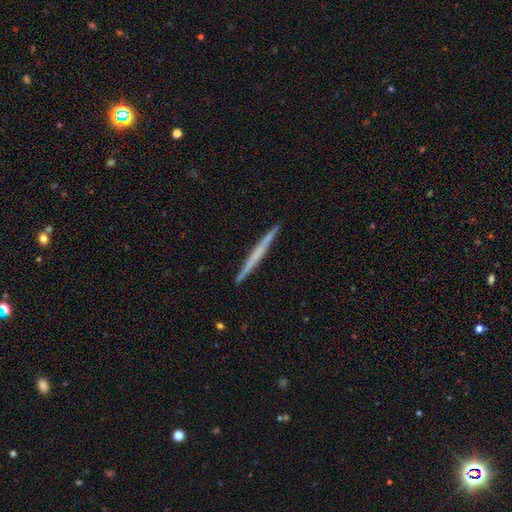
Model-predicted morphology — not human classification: Smooth or featured: featured or disk — 50% (smooth — 44%)
Edge-on disk: yes — 98% (no — 2%)
Merging: none — 92% (minor disturbance — 6%)